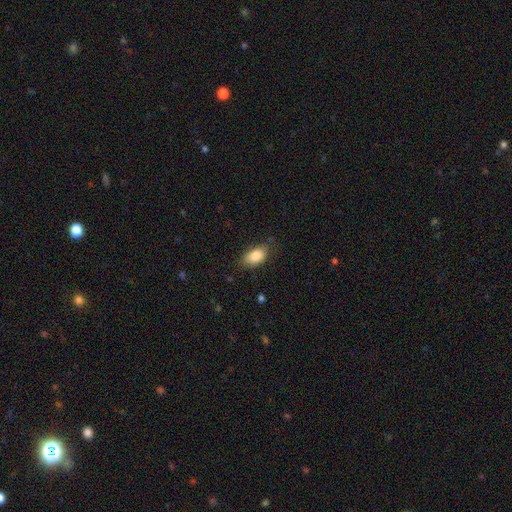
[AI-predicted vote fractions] Morphology: type=smooth (86%); roundness=in between (91%); merging=none (75%).